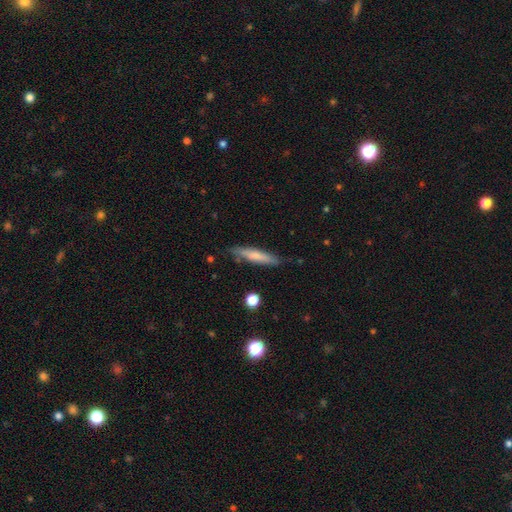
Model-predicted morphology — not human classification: This is likely a smooth galaxy (67%). How rounded: clearly cigar-shaped (88%). Merging: clearly none (80%).